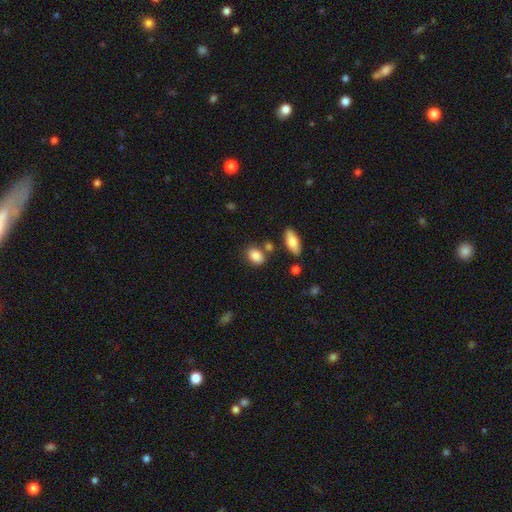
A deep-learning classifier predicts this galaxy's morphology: A smooth galaxy with no disk features (86%) that is in between round and cigar-shaped (77%).

Vote fractions:
- Smooth or featured? smooth: 86% / star or artifact: 7% / featured or disk: 6%
- How rounded? in between: 77% / round: 21% / cigar-shaped: 2%
- Merging? none: 72% / minor disturbance: 14% / merger: 11% / major disturbance: 4%